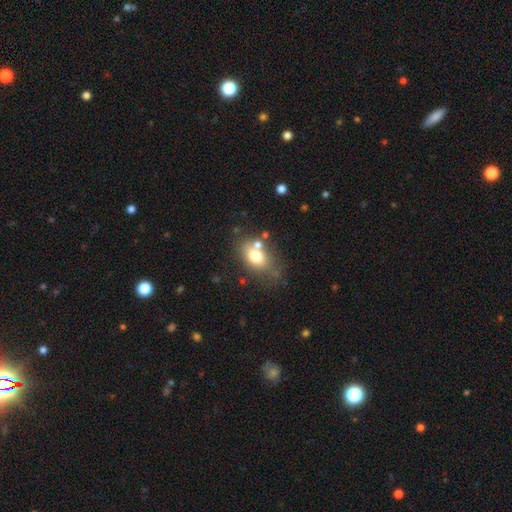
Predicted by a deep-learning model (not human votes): smooth-or-featured: smooth: 71% | featured or disk: 18% | star or artifact: 11%
  how-rounded: in between: 75% | round: 23% | cigar-shaped: 2%
  merging: none: 53% | merger: 19% | minor disturbance: 19% | major disturbance: 9%